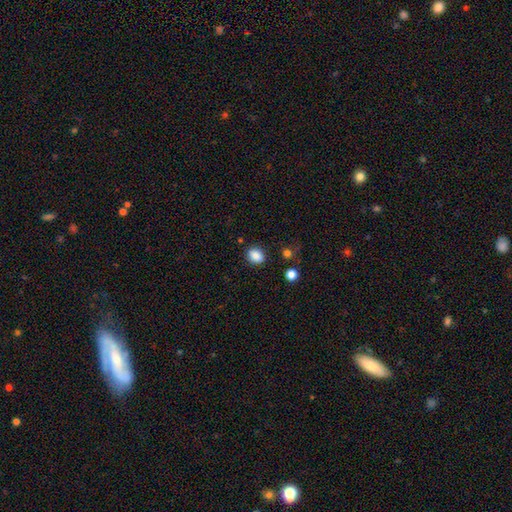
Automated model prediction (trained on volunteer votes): Smooth or featured? Predicted: smooth (p=0.86). How rounded? Predicted: in between (p=0.61). Merging? Predicted: none (p=0.83).